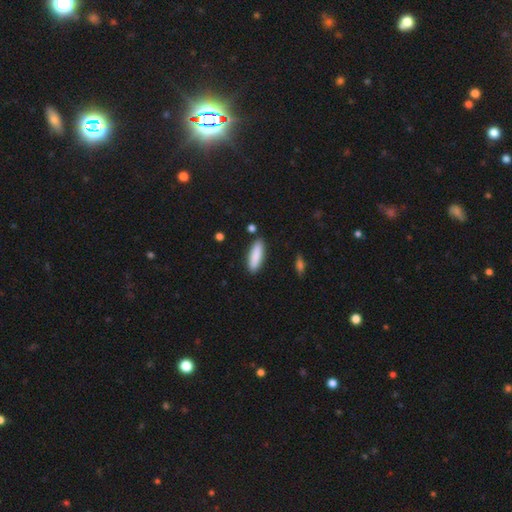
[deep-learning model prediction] Morphology: type=smooth (88%); roundness=cigar-shaped (55%); merging=none (87%).